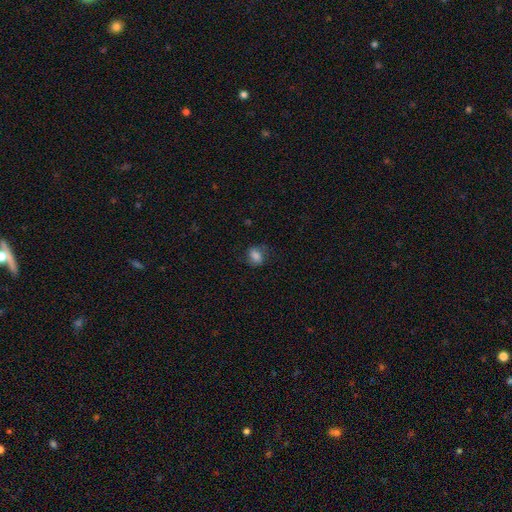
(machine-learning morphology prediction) The model was most divided on "how rounded": in between: 63%, round: 35%, cigar-shaped: 2%. More confident: smooth or featured — smooth (78%); merging — none (70%).